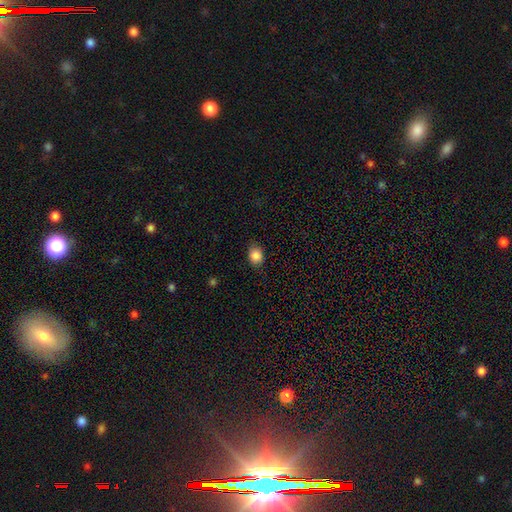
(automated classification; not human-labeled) A smooth galaxy with no disk features (86%) that is round (49%, tied with in between). Merging: none (81%).